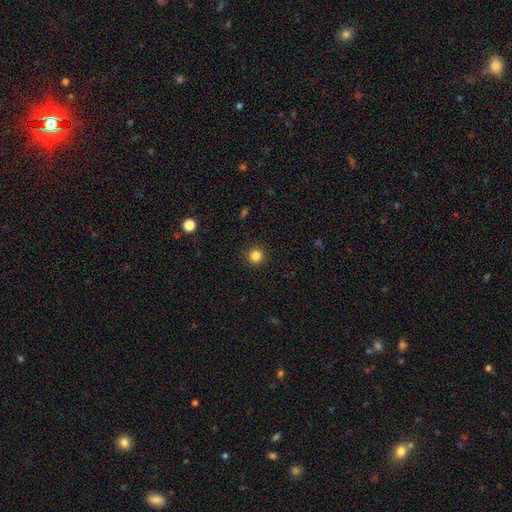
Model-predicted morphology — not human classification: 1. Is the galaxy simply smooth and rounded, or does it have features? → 84% smooth, 12% star or artifact, 4% featured or disk.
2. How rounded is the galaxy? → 95% round, 4% in between, 1% cigar-shaped.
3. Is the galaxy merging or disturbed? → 91% none, 6% minor disturbance, 2% major disturbance, 1% merger.